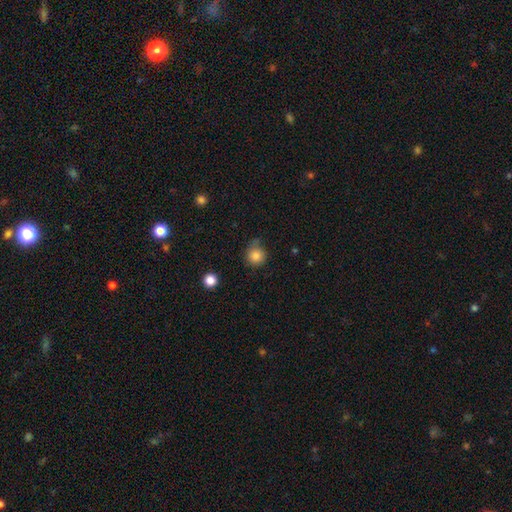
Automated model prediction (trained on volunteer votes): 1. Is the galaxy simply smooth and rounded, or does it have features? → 84% smooth, 10% star or artifact, 6% featured or disk.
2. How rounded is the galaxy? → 91% round, 8% in between, 1% cigar-shaped.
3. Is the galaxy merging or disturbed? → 66% none, 23% minor disturbance, 6% major disturbance, 5% merger.